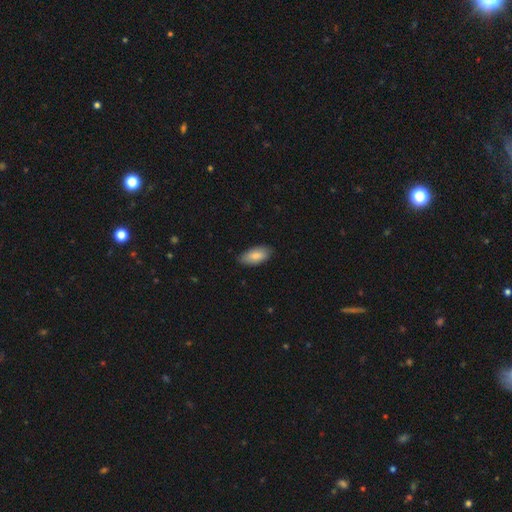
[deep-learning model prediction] smooth_or_featured: smooth (p=0.83) [alt: featured or disk p=0.11]
how_rounded: in between (p=0.92) [alt: cigar-shaped p=0.06]
merging: none (p=0.83) [alt: minor disturbance p=0.14]